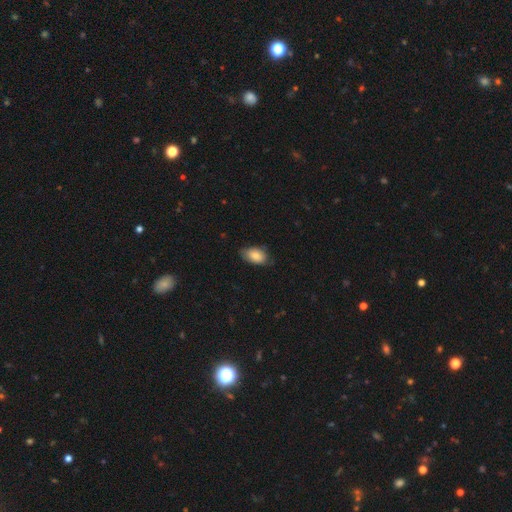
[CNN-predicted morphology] Smooth or featured: smooth — 81% (featured or disk — 12%)
How rounded: in between — 90% (round — 8%)
Merging: none — 68% (minor disturbance — 26%)